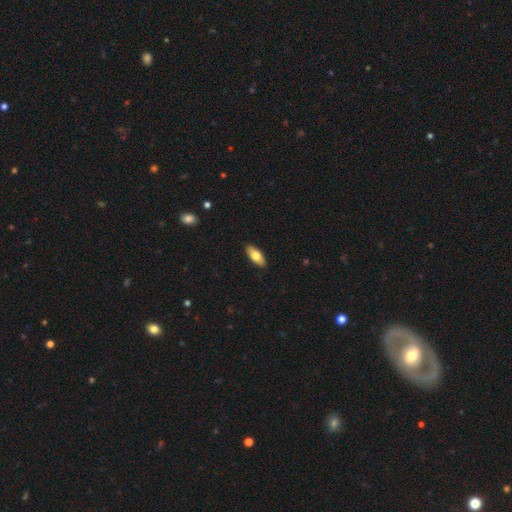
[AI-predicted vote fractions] smooth_or_featured: smooth (p=0.74) [alt: featured or disk p=0.20]
how_rounded: in between (p=0.84) [alt: cigar-shaped p=0.14]
merging: none (p=0.90) [alt: minor disturbance p=0.08]